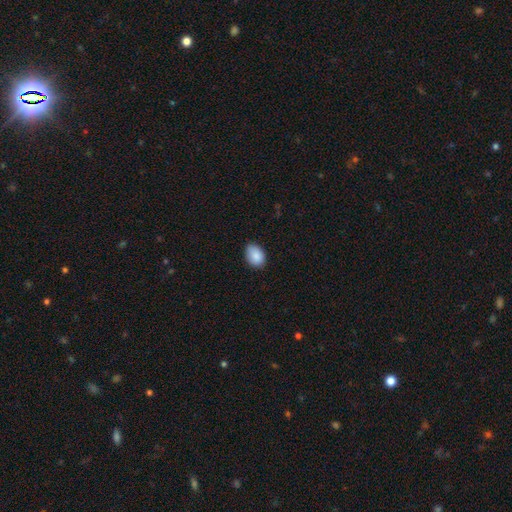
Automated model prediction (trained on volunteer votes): Morphology: type=smooth (89%); roundness=in between (77%); merging=none (80%).